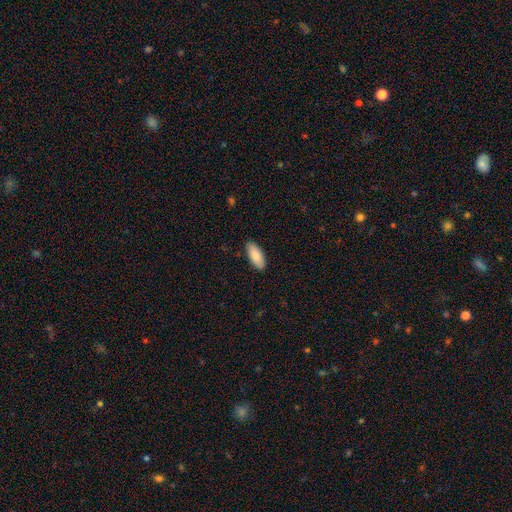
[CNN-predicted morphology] smooth-or-featured: smooth: 84% | featured or disk: 10% | star or artifact: 6%
  how-rounded: in between: 82% | cigar-shaped: 16% | round: 2%
  merging: none: 89% | minor disturbance: 9% | major disturbance: 2% | merger: 1%